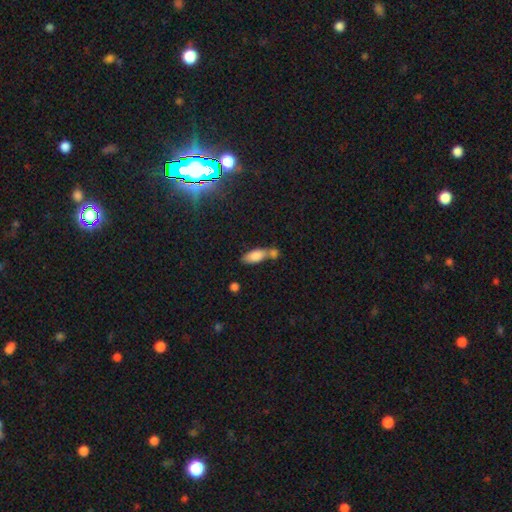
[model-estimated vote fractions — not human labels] smooth-or-featured: smooth: 80% | featured or disk: 12% | star or artifact: 9%
  how-rounded: in between: 80% | cigar-shaped: 17% | round: 3%
  merging: merger: 44% | none: 38% | minor disturbance: 14% | major disturbance: 5%